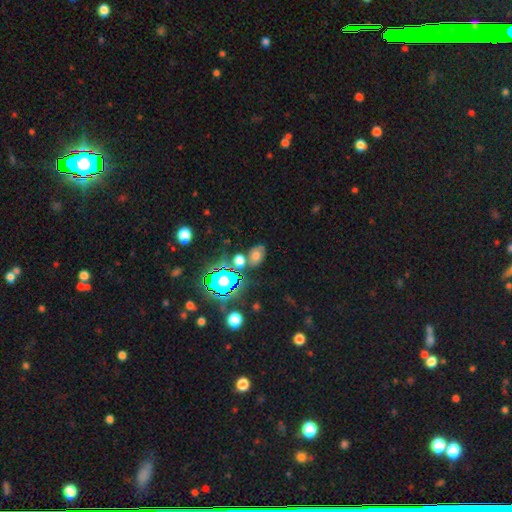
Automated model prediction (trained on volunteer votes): Morphology: type=smooth (53%); roundness=in between (71%); merging=none (66%).